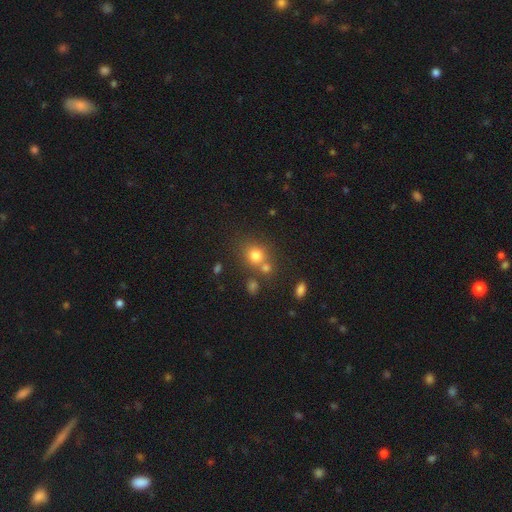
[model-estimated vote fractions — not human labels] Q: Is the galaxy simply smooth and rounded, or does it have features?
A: smooth — 76%.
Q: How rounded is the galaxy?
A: round — 80%.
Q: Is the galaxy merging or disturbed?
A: none — 58%.